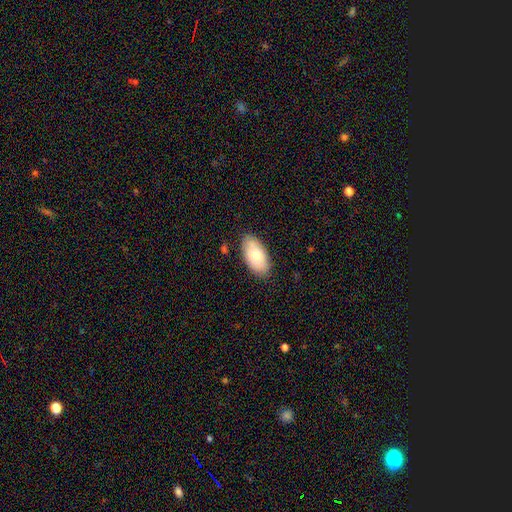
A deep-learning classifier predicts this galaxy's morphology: This is likely a smooth galaxy (76%). How rounded: clearly in between (94%). Merging: clearly none (83%).